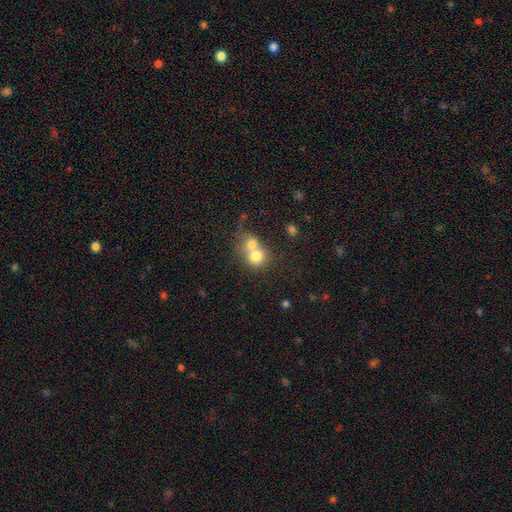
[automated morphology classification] smooth 74%, featured or disk 17%, star or artifact 10%. Down the decision tree: how rounded — round (76%); merging — merger (68%).